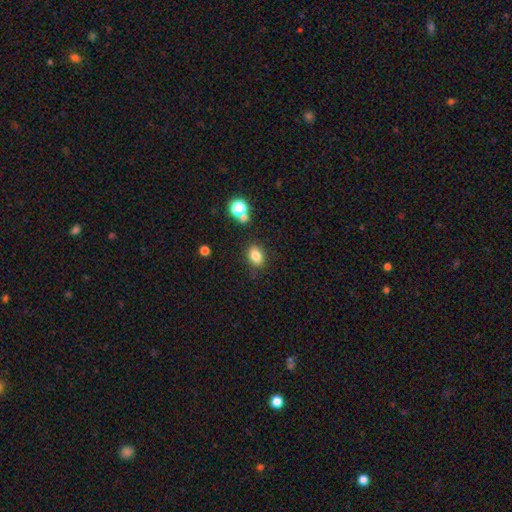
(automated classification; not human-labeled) This appears to be a smooth galaxy with no disk features (82%) that is in between round and cigar-shaped (73%). Merging: none (80%).